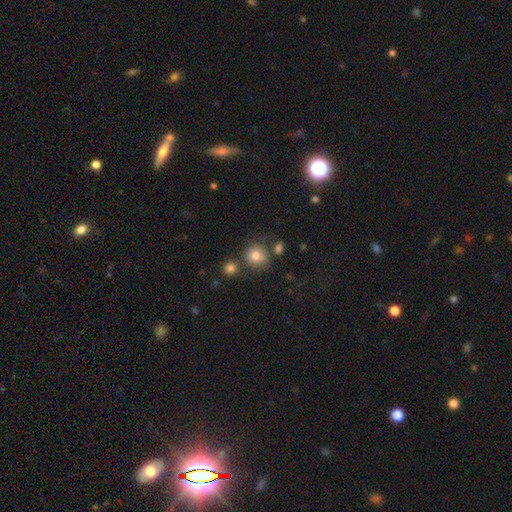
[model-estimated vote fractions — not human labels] smooth-or-featured: smooth: 80% | star or artifact: 11% | featured or disk: 9%
  how-rounded: round: 83% | in between: 16% | cigar-shaped: 1%
  merging: none: 66% | merger: 14% | minor disturbance: 14% | major disturbance: 5%